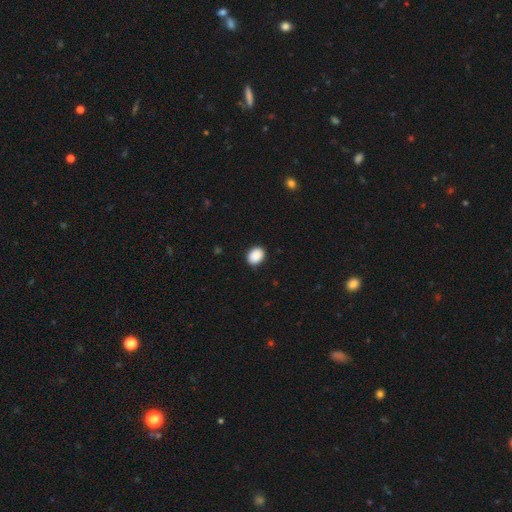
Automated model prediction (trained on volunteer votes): smooth-or-featured: smooth: 90% | star or artifact: 8% | featured or disk: 2%
  how-rounded: in between: 64% | round: 35% | cigar-shaped: 1%
  merging: none: 89% | minor disturbance: 8% | major disturbance: 2% | merger: 1%